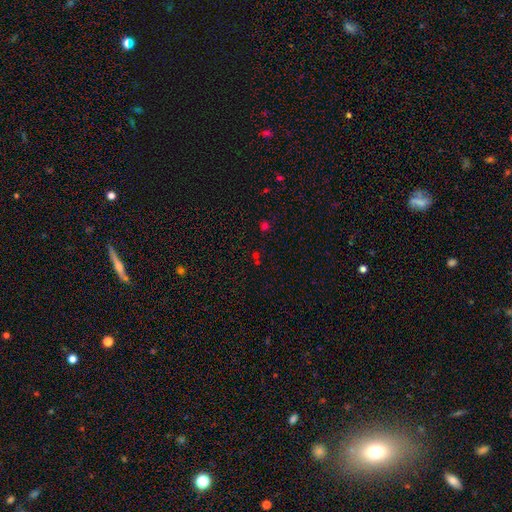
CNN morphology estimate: Smooth or featured?
  - star or artifact: 51% *
  - smooth: 40%
  - featured or disk: 8%